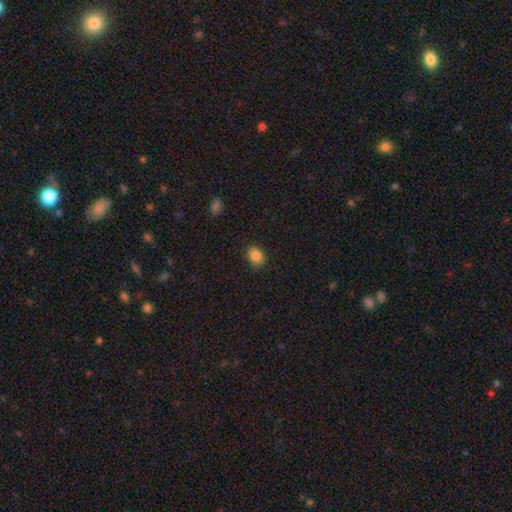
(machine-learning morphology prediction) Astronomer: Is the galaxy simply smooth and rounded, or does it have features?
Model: smooth — 85%.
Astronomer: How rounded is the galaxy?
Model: in between — 72%.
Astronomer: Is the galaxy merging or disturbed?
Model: none — 86%.